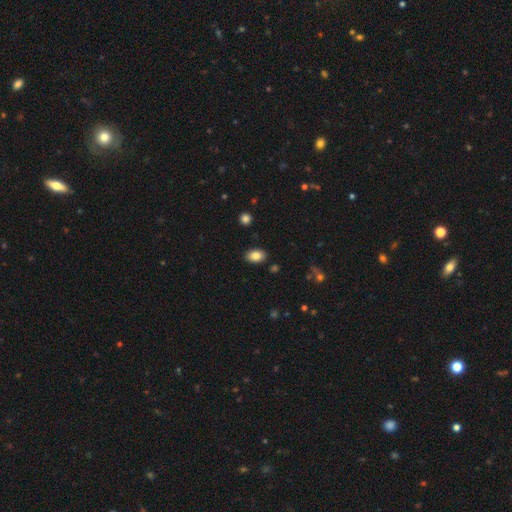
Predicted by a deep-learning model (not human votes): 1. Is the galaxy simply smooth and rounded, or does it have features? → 84% smooth, 8% star or artifact, 7% featured or disk.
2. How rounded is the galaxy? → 88% in between, 11% round, 1% cigar-shaped.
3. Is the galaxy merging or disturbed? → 87% none, 9% minor disturbance, 2% major disturbance, 2% merger.